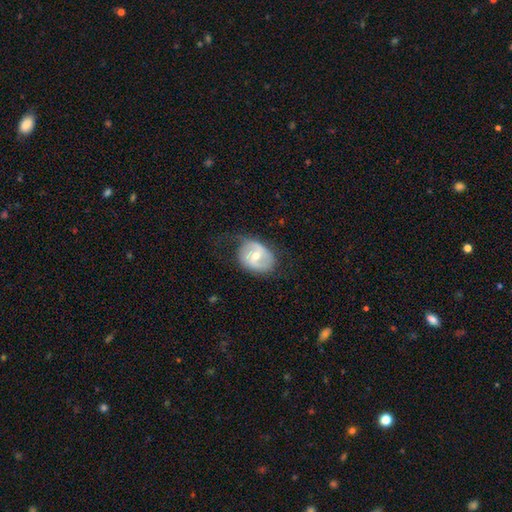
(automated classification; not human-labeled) smooth_or_featured: featured or disk (p=0.61) [alt: smooth p=0.32]
disk_edge_on: no (p=0.96) [alt: yes p=0.04]
bar: weak (p=0.49) [alt: no p=0.26]
has_spiral_arms: yes (p=0.75) [alt: no p=0.25]
bulge_size: moderate (p=0.58) [alt: small p=0.38]
merging: none (p=0.58) [alt: minor disturbance p=0.28]